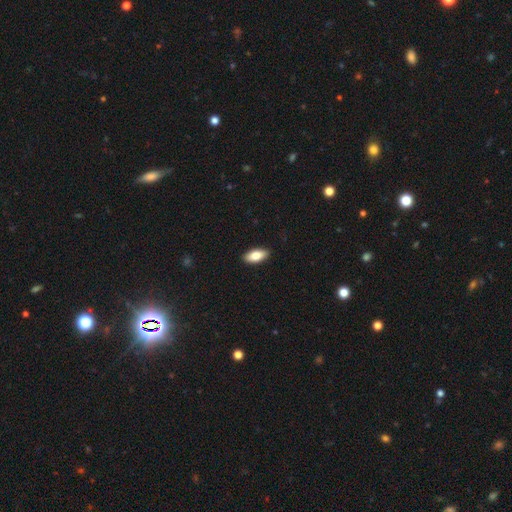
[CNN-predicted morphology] Overall: smooth (81%). How rounded: in between (88%). Merging: none (90%).